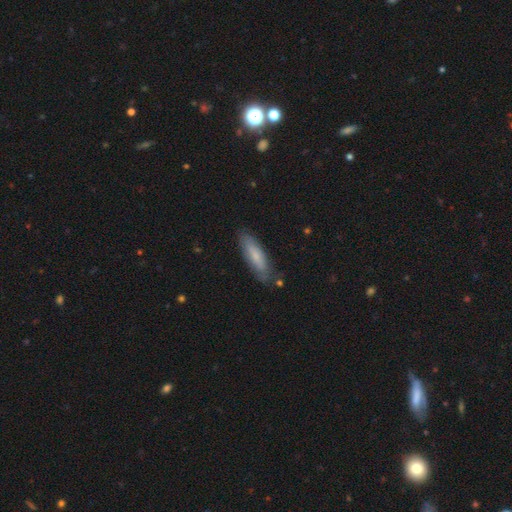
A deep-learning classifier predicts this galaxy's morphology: The model was most divided on "how rounded": cigar-shaped: 63%, in between: 36%, round: 1%. More confident: merging — none (81%); smooth or featured — smooth (70%).